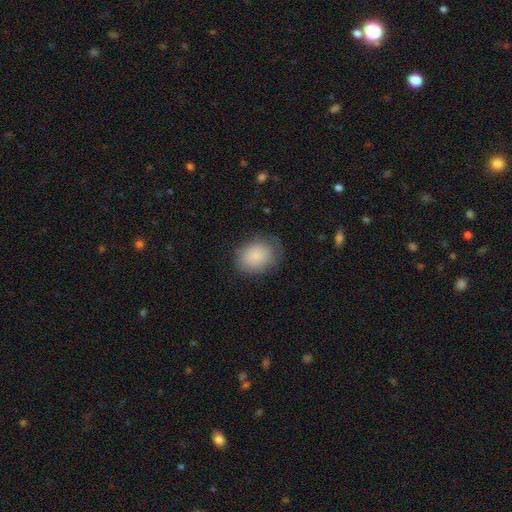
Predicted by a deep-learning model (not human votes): smooth-or-featured: smooth: 84% | featured or disk: 8% | star or artifact: 7%
  how-rounded: in between: 54% | round: 45% | cigar-shaped: 1%
  merging: none: 69% | minor disturbance: 22% | major disturbance: 7% | merger: 1%